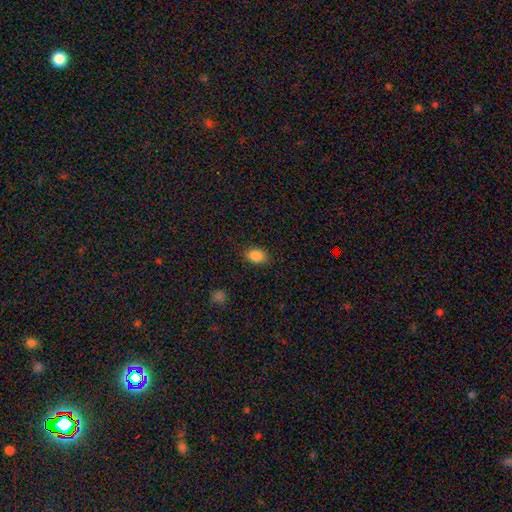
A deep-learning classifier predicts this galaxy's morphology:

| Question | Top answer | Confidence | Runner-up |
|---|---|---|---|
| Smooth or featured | smooth | 86% | star or artifact (9%) |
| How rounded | in between | 75% | round (24%) |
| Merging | none | 84% | minor disturbance (12%) |